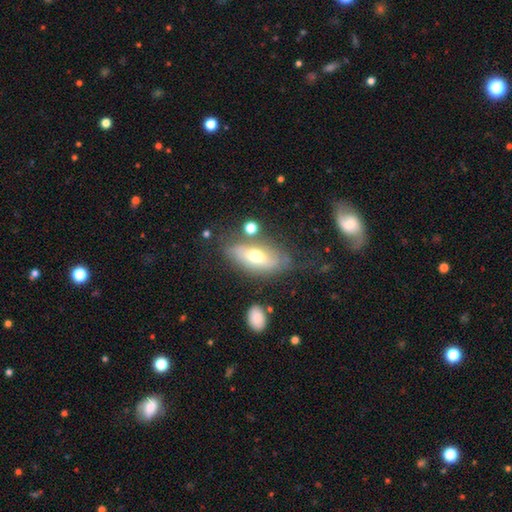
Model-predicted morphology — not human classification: type=smooth (55%); roundness=in between (83%); merging=none (56%).